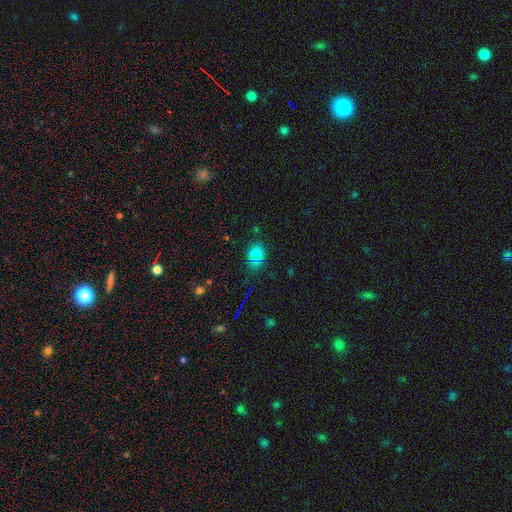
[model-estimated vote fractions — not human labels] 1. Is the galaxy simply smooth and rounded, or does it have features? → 77% smooth, 16% star or artifact, 8% featured or disk.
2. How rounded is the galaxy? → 66% in between, 32% round, 1% cigar-shaped.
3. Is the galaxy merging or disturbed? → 72% none, 18% minor disturbance, 6% merger, 4% major disturbance.